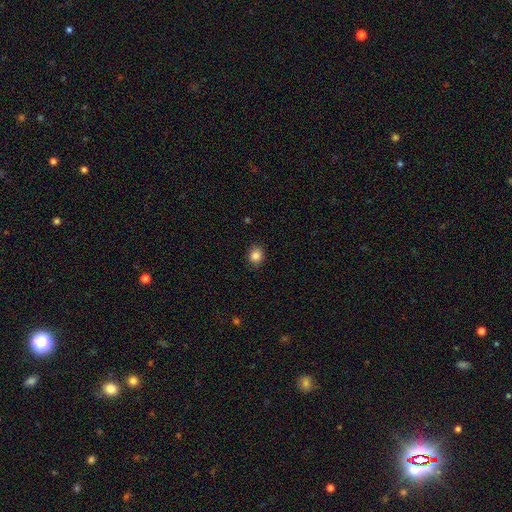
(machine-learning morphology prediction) smooth-or-featured: smooth: 86% | star or artifact: 10% | featured or disk: 4%
  how-rounded: round: 68% | in between: 31% | cigar-shaped: 1%
  merging: none: 88% | minor disturbance: 8% | major disturbance: 2% | merger: 1%